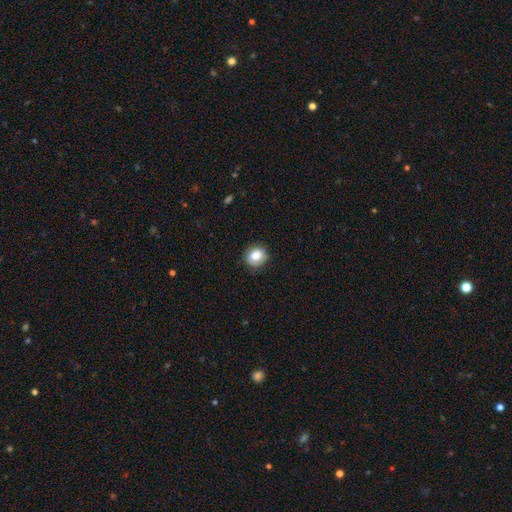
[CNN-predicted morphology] Smooth or featured? Predicted: smooth (p=0.81). How rounded? Predicted: round (p=0.71). Merging? Predicted: none (p=0.79).